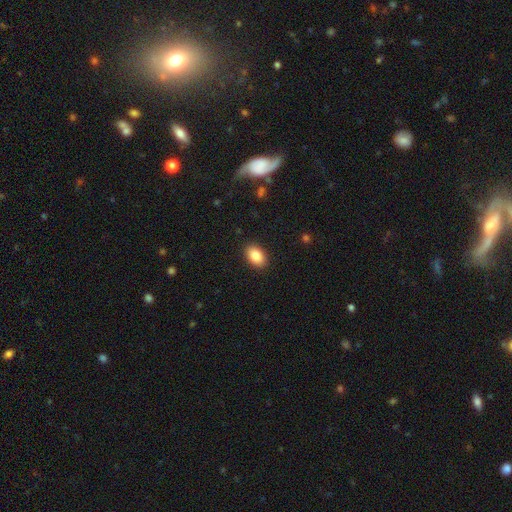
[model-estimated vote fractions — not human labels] Smooth or featured? Predicted: smooth (p=0.85). How rounded? Predicted: in between (p=0.89). Merging? Predicted: none (p=0.89).